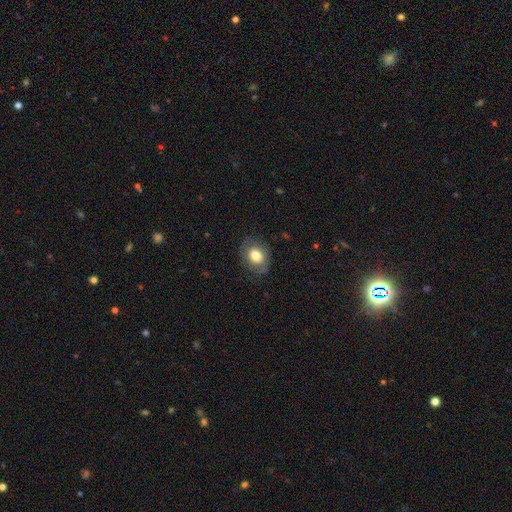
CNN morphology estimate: Smooth or featured? smooth (75%)
How rounded? in between (62%)
Merging? none (79%)